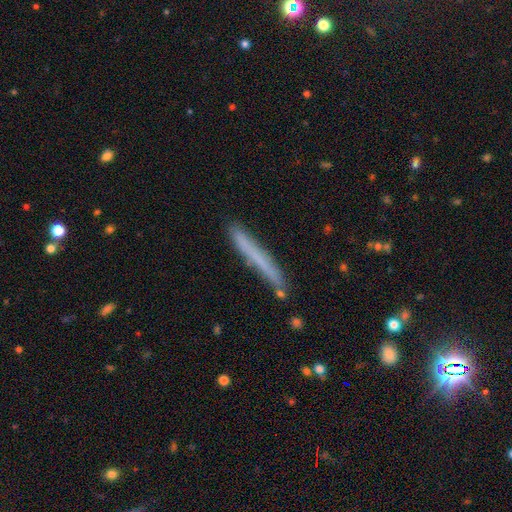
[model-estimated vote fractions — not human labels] This is likely a smooth galaxy (61%). How rounded: clearly cigar-shaped (97%). Merging: clearly none (84%).